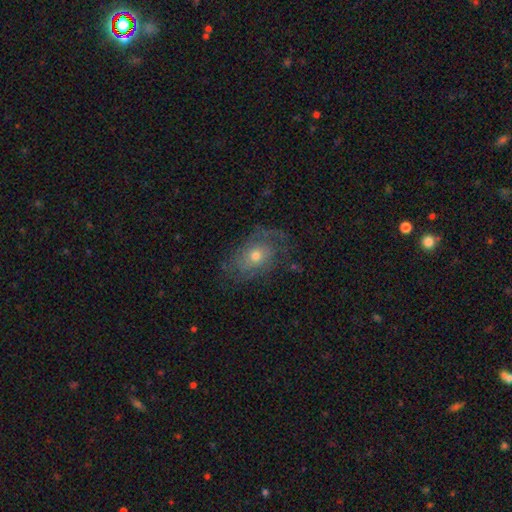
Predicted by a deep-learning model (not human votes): smooth-or-featured: featured or disk: 62% | smooth: 27% | star or artifact: 12%
  disk-edge-on: no: 94% | yes: 6%
    bar: no: 81% | weak: 16% | strong: 3%
    has-spiral-arms: yes: 79% | no: 21%
    bulge-size: moderate: 55% | small: 39% | large: 4% | none: 1% | dominant: 1%
  merging: none: 64% | minor disturbance: 20% | major disturbance: 14% | merger: 1%